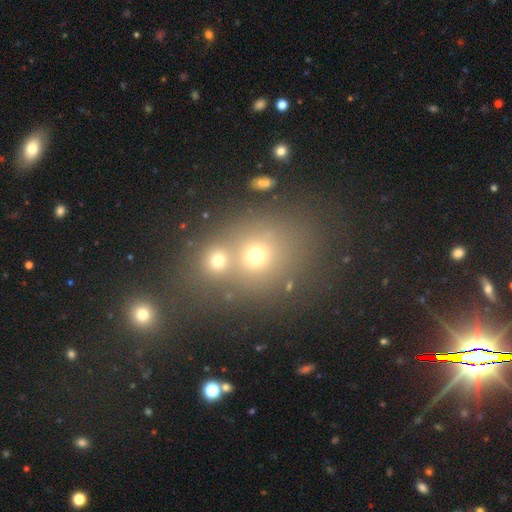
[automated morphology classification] Smooth or featured? smooth (55%)
How rounded? round (70%)
Merging? none (47%)